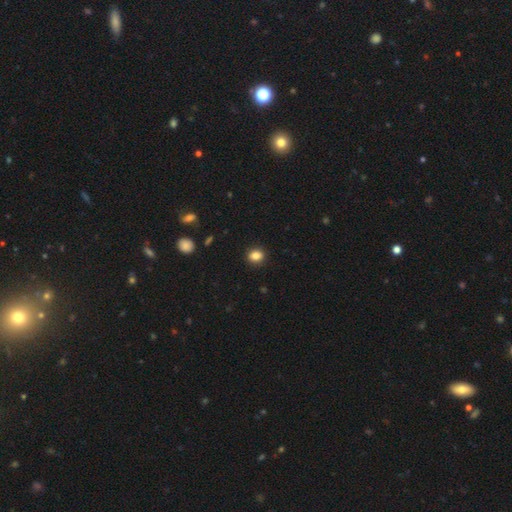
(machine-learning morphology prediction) Smooth or featured? smooth (86%)
How rounded? round (65%)
Merging? none (91%)